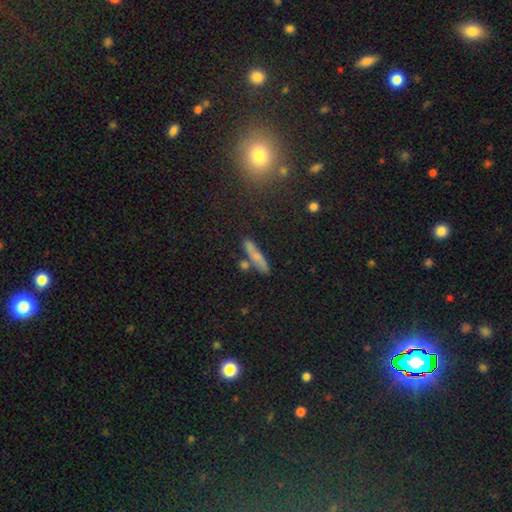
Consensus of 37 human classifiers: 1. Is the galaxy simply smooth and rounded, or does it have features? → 65% smooth, 35% featured or disk, 0% star or artifact.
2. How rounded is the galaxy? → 92% cigar-shaped, 8% in between, 0% round.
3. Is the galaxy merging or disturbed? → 65% none, 22% minor disturbance, 8% merger, 5% major disturbance.